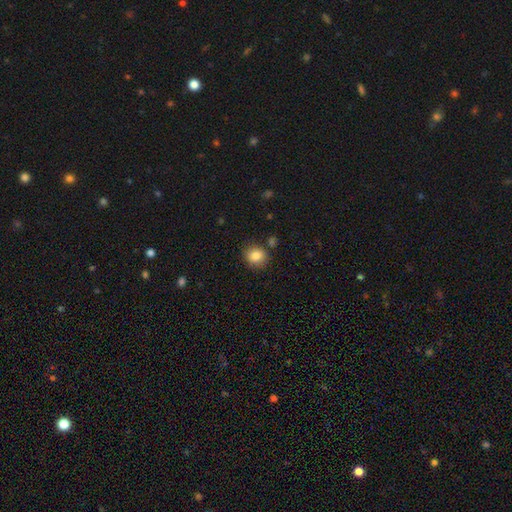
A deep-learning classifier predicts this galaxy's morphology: smooth-or-featured: smooth: 85% | star or artifact: 9% | featured or disk: 6%
  how-rounded: round: 77% | in between: 22% | cigar-shaped: 1%
  merging: none: 82% | minor disturbance: 11% | merger: 4% | major disturbance: 3%